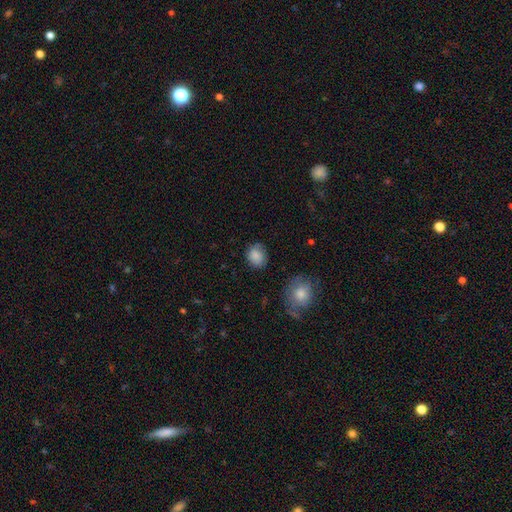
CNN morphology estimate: This appears to be a smooth galaxy with no disk features (85%) that is round (63%). Merging: none (75%).